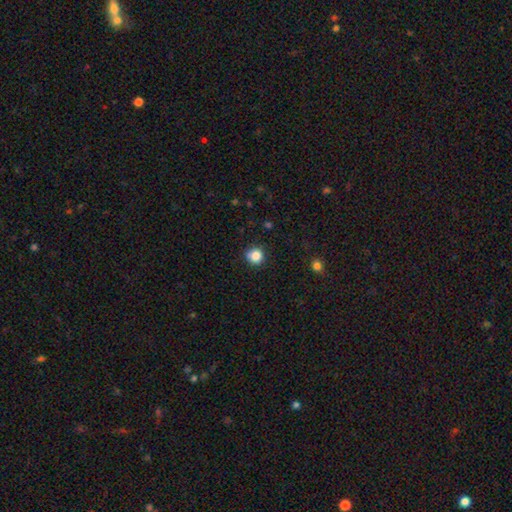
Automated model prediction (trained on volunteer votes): Morphology: type=smooth (84%); roundness=round (90%); merging=none (82%).